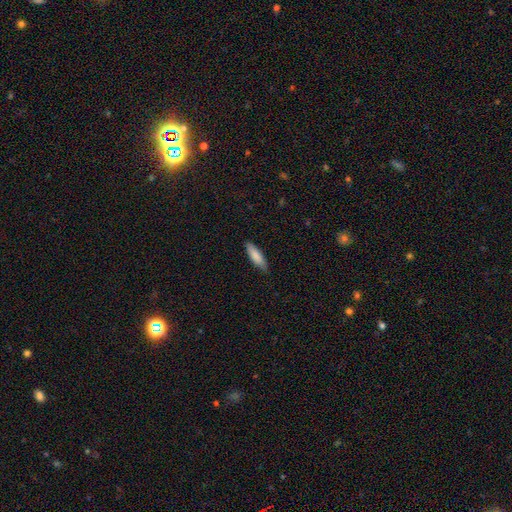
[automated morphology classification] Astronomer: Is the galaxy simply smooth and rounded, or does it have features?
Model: smooth — 84%.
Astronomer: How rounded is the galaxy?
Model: cigar-shaped — 60% (runner-up: in between, 39%).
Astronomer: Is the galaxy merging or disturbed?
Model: none — 85%.